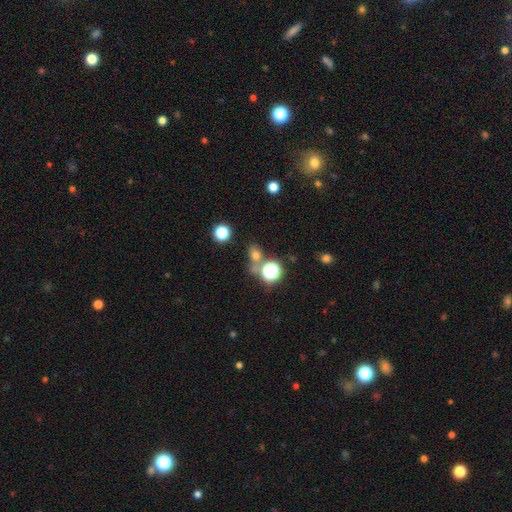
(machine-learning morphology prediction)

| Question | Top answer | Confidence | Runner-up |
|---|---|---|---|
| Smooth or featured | smooth | 59% | star or artifact (31%) |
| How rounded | round | 56% | in between (41%) |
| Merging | none | 66% | merger (17%) |